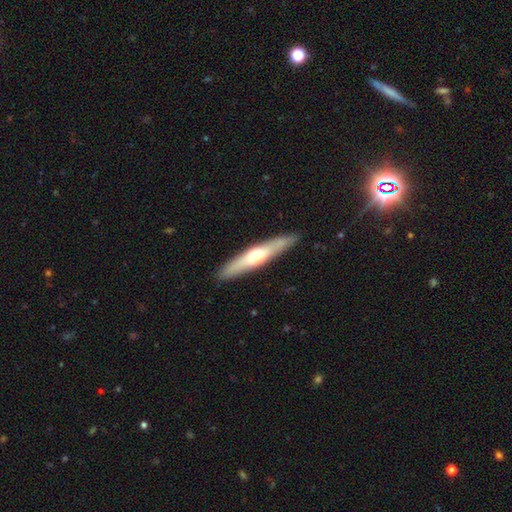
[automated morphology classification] A featured or disk galaxy (50%) viewed edge-on (91%).

Vote fractions:
- Smooth or featured? featured or disk: 50% / smooth: 45% / star or artifact: 5%
- Edge-on disk? yes: 91% / no: 9%
- Merging? none: 91% / minor disturbance: 7% / major disturbance: 1% / merger: 1%